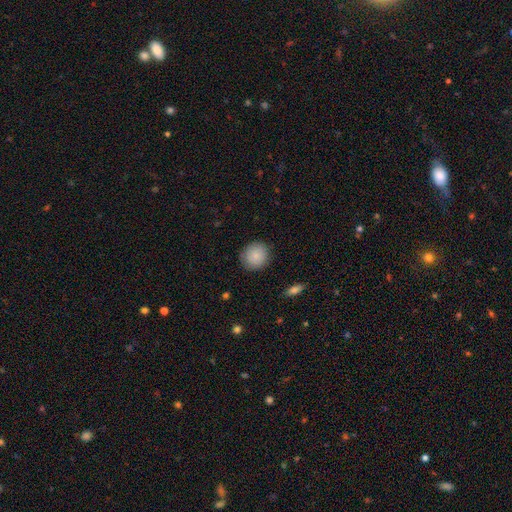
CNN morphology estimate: Smooth or featured: smooth — 87% (star or artifact — 7%)
How rounded: round — 88% (in between — 11%)
Merging: none — 86% (minor disturbance — 10%)